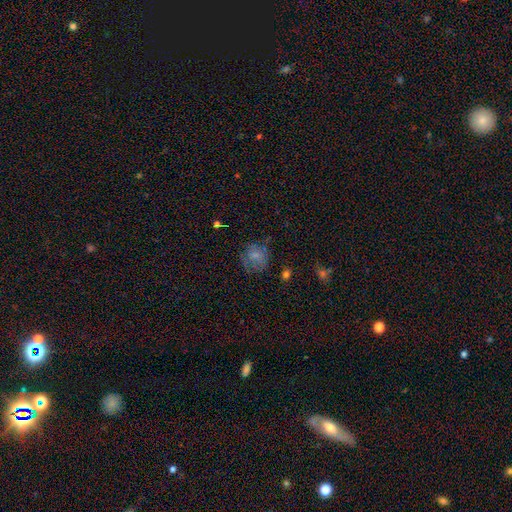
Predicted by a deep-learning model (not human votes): The model was most divided on "merging": none: 59%, minor disturbance: 23%, major disturbance: 15%, merger: 2%. More confident: how rounded — round (76%); smooth or featured — smooth (64%).